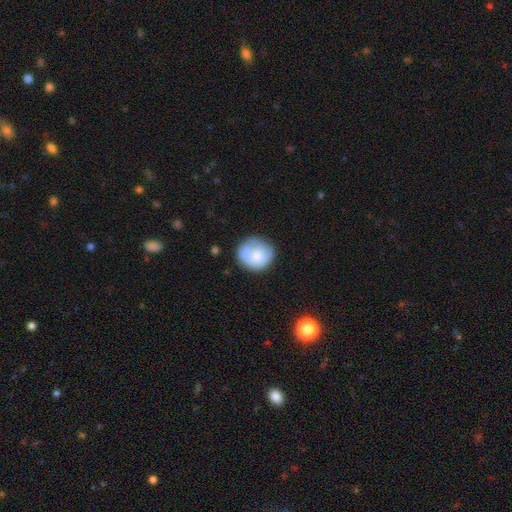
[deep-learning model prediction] Q: Smooth or featured?
A: smooth (64%); runner-up: featured or disk (29%)
Q: How rounded?
A: round (83%); runner-up: in between (16%)
Q: Merging?
A: none (63%); runner-up: minor disturbance (24%)